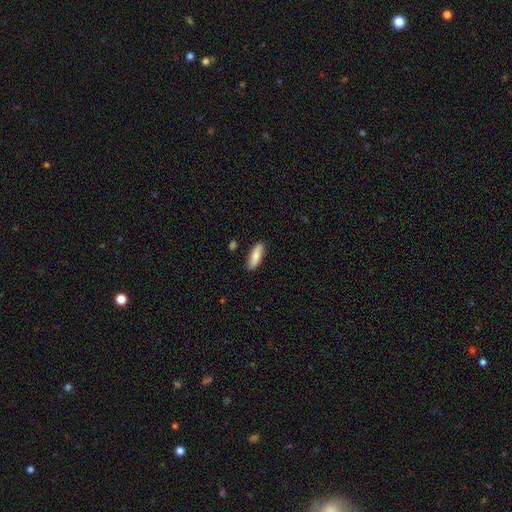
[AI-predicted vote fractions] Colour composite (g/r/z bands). It shows a smooth galaxy with no disk features (82%) that is in between round and cigar-shaped (63%). Merging: none (86%).